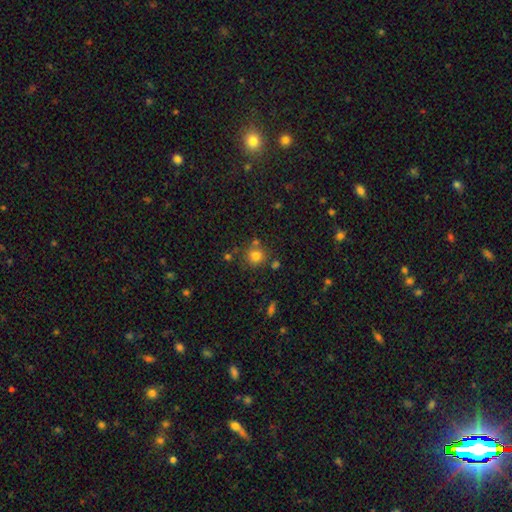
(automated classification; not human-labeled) Smooth or featured: smooth — 79% (star or artifact — 14%)
How rounded: round — 90% (in between — 9%)
Merging: none — 74% (merger — 11%)